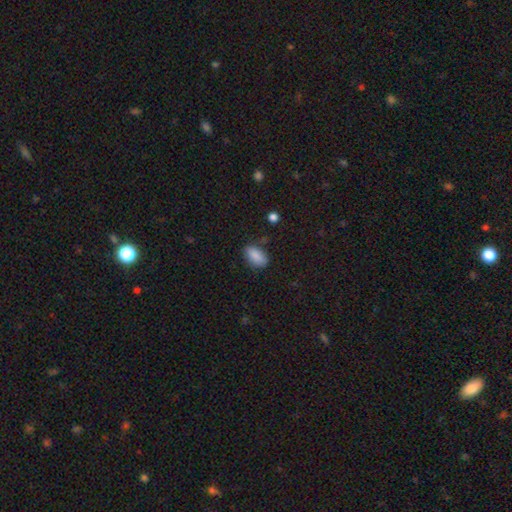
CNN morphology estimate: A smooth galaxy with no disk features (88%) that is in between round and cigar-shaped (92%). Merging: none (80%).